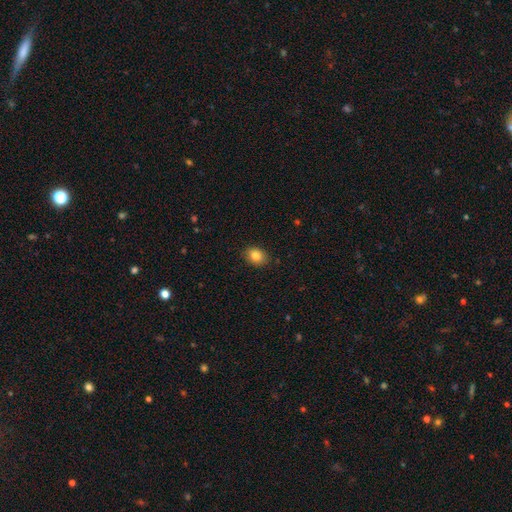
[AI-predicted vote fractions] This is clearly a smooth galaxy (84%). How rounded: likely in between (64%). Merging: clearly none (88%).